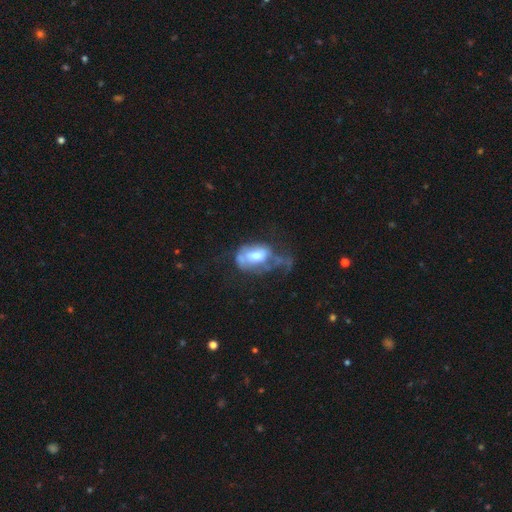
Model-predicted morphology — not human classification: Overall: featured or disk (53%; smooth 38%). Edge-on disk: no (94%). Merging: major disturbance (49%; minor disturbance 21%).